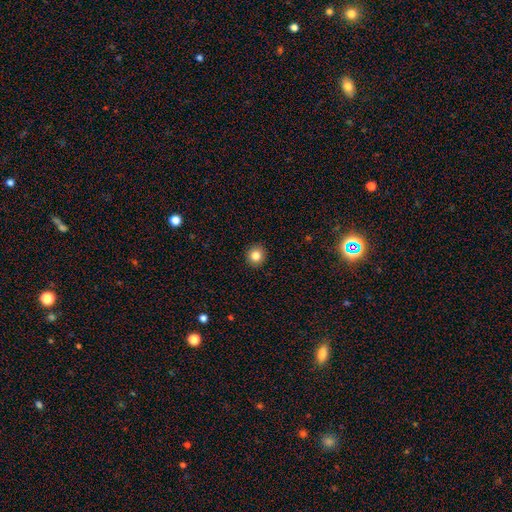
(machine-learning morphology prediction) Smooth or featured?
  - smooth: 83% *
  - star or artifact: 11%
  - featured or disk: 6%
How rounded?
  - round: 91% *
  - in between: 8%
  - cigar-shaped: 1%
Merging?
  - none: 92% *
  - minor disturbance: 5%
  - major disturbance: 2%
  - merger: 1%